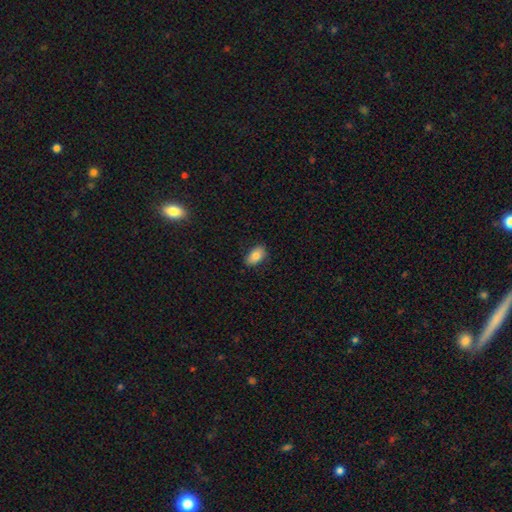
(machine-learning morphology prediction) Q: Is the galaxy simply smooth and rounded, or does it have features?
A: smooth — 81%.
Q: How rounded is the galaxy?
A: in between — 91%.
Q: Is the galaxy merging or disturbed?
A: none — 84%.